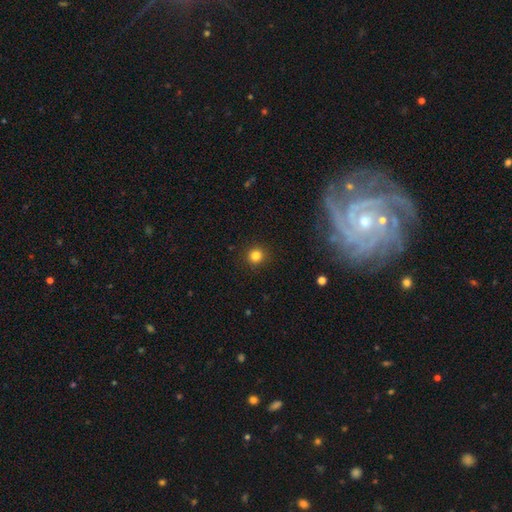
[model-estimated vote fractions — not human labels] Q: Smooth or featured?
A: smooth (83%); runner-up: star or artifact (12%)
Q: How rounded?
A: round (92%); runner-up: in between (7%)
Q: Merging?
A: none (91%); runner-up: minor disturbance (6%)